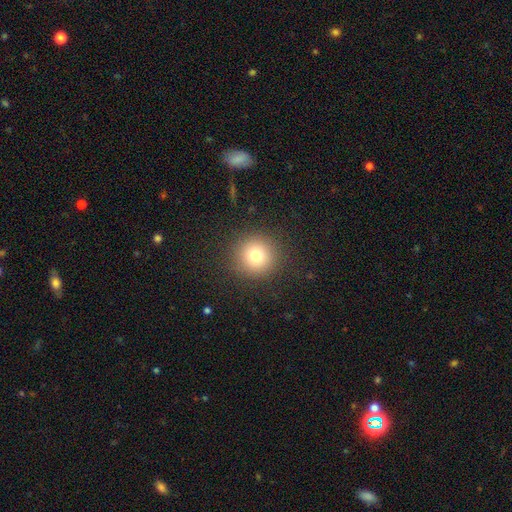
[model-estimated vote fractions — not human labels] The model was most divided on "smooth or featured": smooth: 77%, star or artifact: 13%, featured or disk: 10%. More confident: how rounded — round (95%); merging — none (90%).